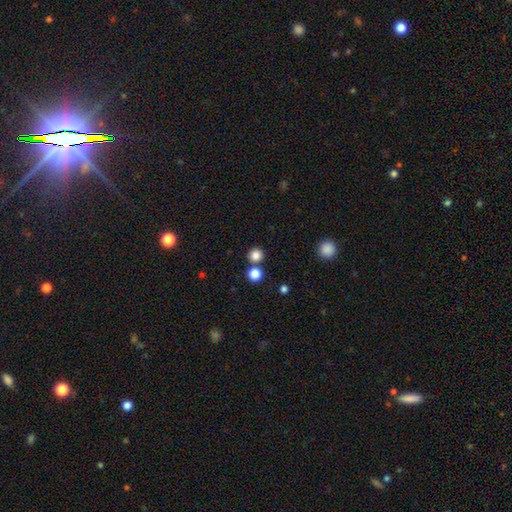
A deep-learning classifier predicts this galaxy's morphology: Smooth or featured? smooth (83%)
How rounded? round (92%)
Merging? none (76%)